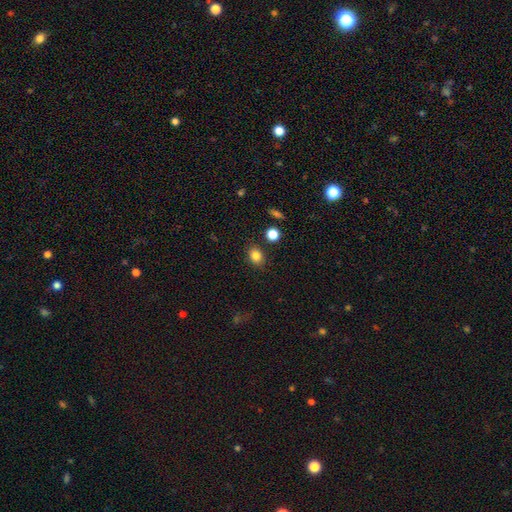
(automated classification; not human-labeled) Q: Smooth or featured?
A: smooth (83%); runner-up: star or artifact (11%)
Q: How rounded?
A: in between (52%); runner-up: round (47%)
Q: Merging?
A: none (85%); runner-up: minor disturbance (9%)